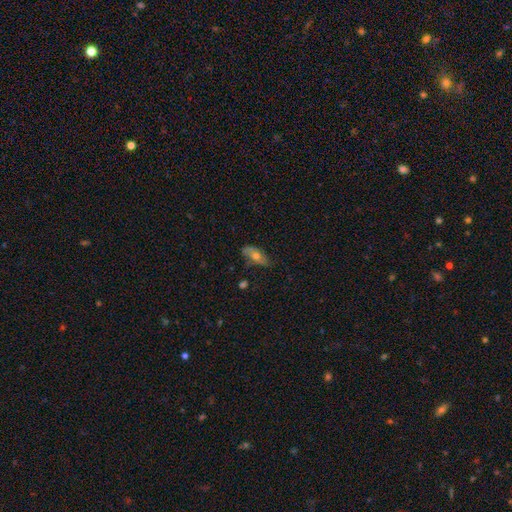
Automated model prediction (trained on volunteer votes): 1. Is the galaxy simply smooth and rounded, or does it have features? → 58% smooth, 34% featured or disk, 8% star or artifact.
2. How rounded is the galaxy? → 80% in between, 15% cigar-shaped, 5% round.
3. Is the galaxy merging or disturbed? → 63% none, 27% minor disturbance, 7% major disturbance, 2% merger.